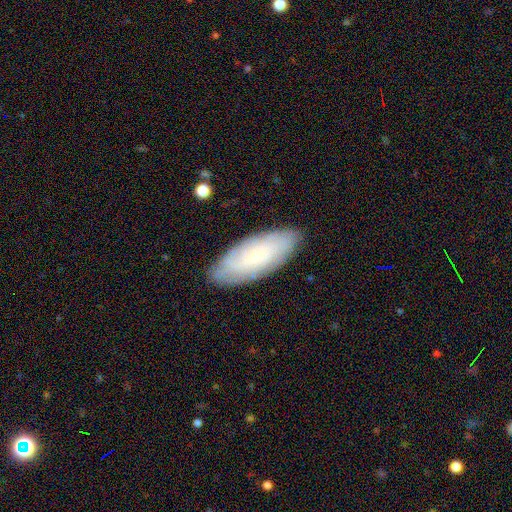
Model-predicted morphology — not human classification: smooth_or_featured: smooth (p=0.46) [tied with: featured or disk p=0.46]
merging: none (p=0.84) [alt: minor disturbance p=0.13]